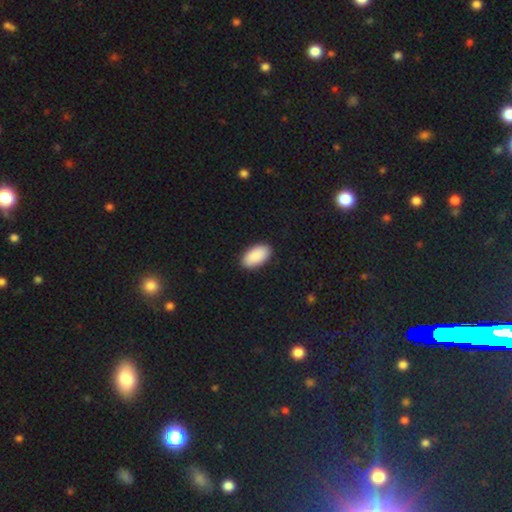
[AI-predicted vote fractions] This appears to be a smooth galaxy with no disk features (91%) that is in between round and cigar-shaped (96%). Merging: none (90%).